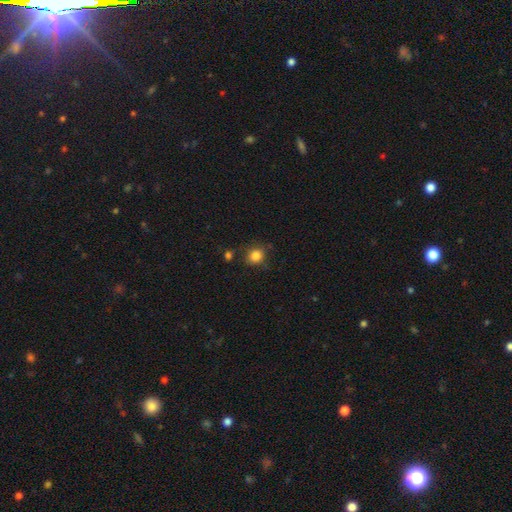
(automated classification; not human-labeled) Smooth or featured?
  - smooth: 84% *
  - star or artifact: 11%
  - featured or disk: 5%
How rounded?
  - round: 79% *
  - in between: 20%
  - cigar-shaped: 1%
Merging?
  - none: 75% *
  - minor disturbance: 15%
  - merger: 5%
  - major disturbance: 5%